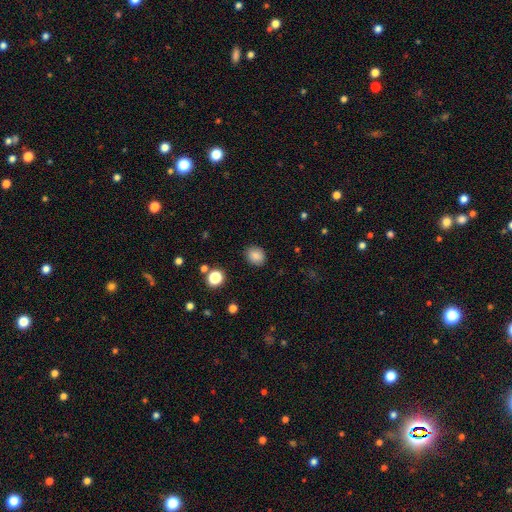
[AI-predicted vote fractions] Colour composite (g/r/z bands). It shows a smooth galaxy with no disk features (85%) that is round (57%). Merging: none (87%).